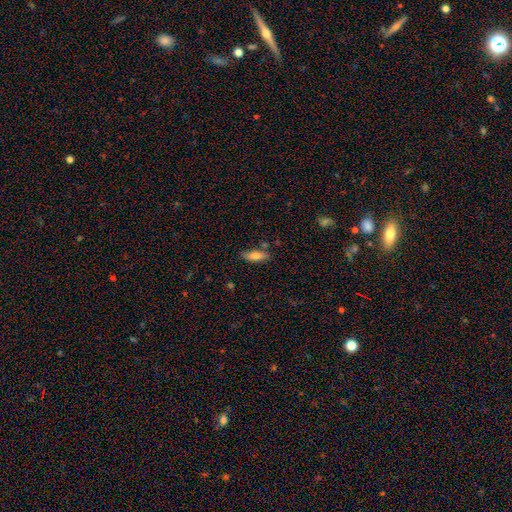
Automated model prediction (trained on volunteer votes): Smooth or featured? Predicted: smooth (p=0.74). How rounded? Predicted: in between (p=0.61). Merging? Predicted: none (p=0.79).